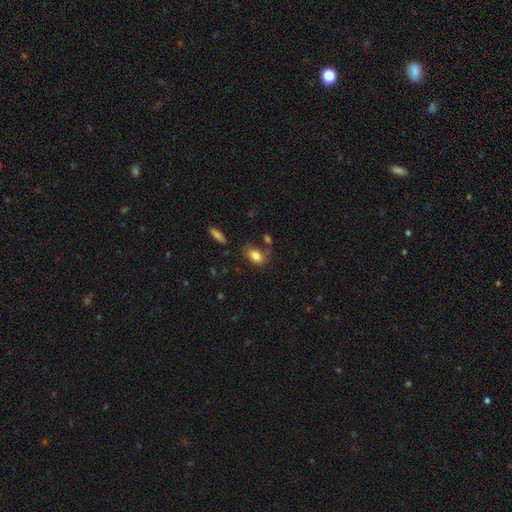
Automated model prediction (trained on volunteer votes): Q: Smooth or featured?
A: smooth (81%); runner-up: featured or disk (10%)
Q: How rounded?
A: in between (85%); runner-up: round (13%)
Q: Merging?
A: none (61%); runner-up: minor disturbance (21%)